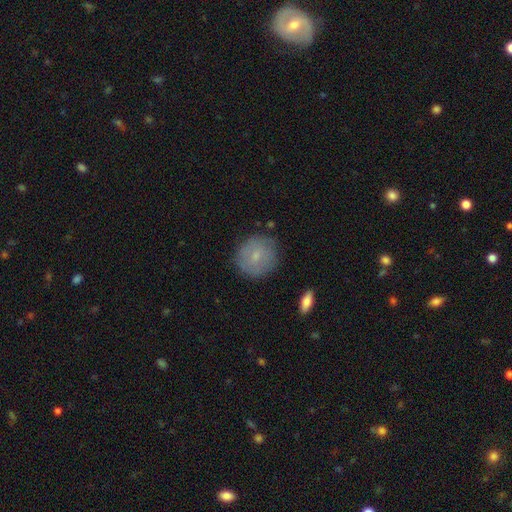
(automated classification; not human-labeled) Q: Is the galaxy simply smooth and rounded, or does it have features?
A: smooth — 69%.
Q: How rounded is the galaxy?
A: round — 87%.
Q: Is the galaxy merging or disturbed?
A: none — 79%.